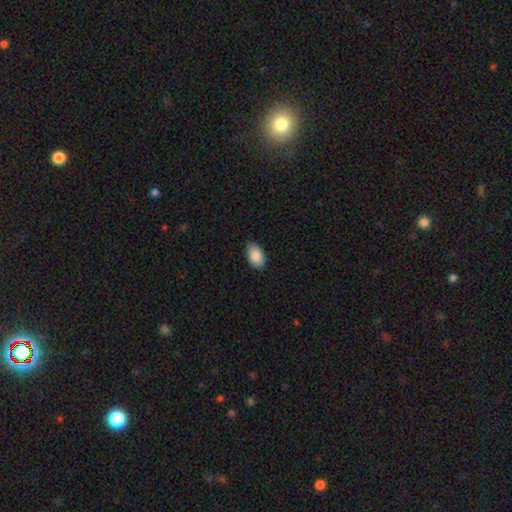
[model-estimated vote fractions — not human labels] Overall: smooth (87%). How rounded: in between (92%). Merging: none (86%).